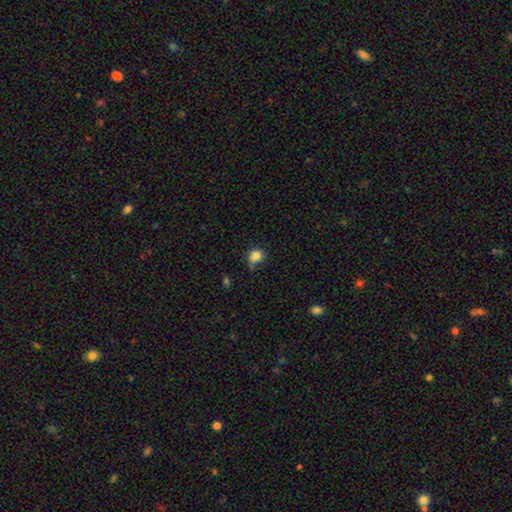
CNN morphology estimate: type=smooth (83%); roundness=round (83%); merging=none (61%).